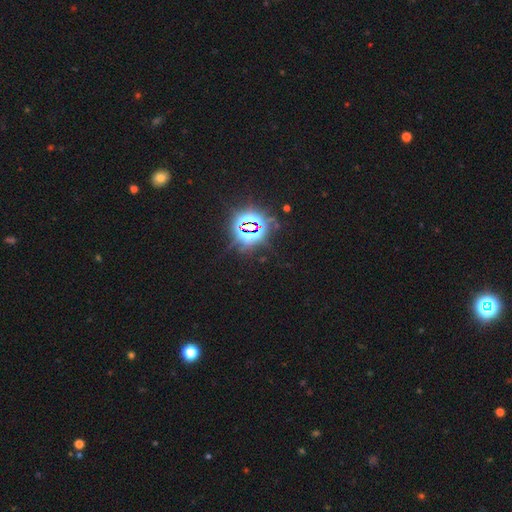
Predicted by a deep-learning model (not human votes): Smooth or featured?
  - star or artifact: 84% *
  - smooth: 10%
  - featured or disk: 6%